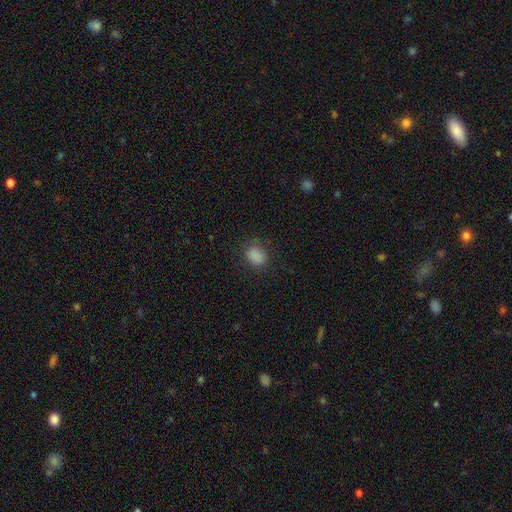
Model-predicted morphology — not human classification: A smooth galaxy with no disk features (85%) that is in between round and cigar-shaped (53%).

Vote fractions:
- Smooth or featured? smooth: 85% / star or artifact: 11% / featured or disk: 4%
- How rounded? in between: 53% / round: 46% / cigar-shaped: 1%
- Merging? none: 79% / minor disturbance: 14% / major disturbance: 5% / merger: 1%